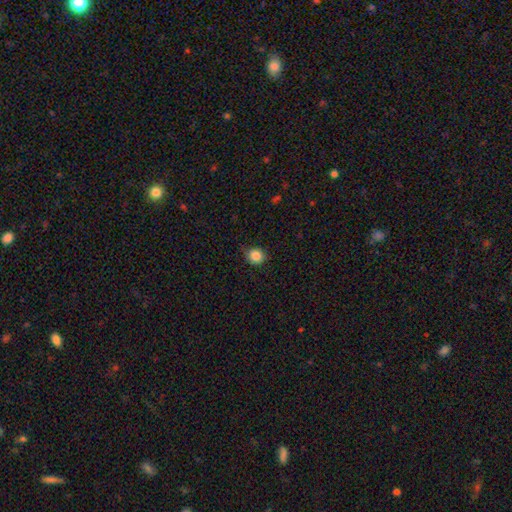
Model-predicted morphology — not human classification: This appears to be a smooth galaxy with no disk features (86%) that is round (83%). Merging: none (77%).